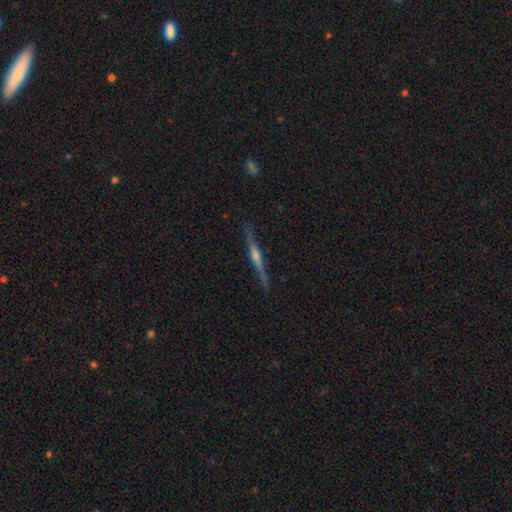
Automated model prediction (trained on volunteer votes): This appears to be a featured or disk galaxy (82%) viewed edge-on (98%) with a rounded central bulge (81%). Merging: none (89%).